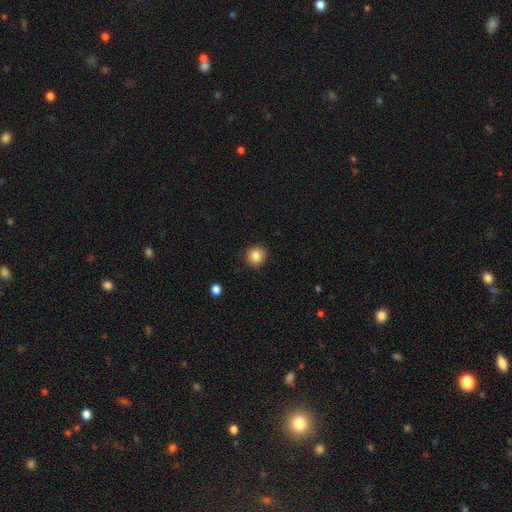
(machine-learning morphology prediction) A smooth galaxy with no disk features (85%) that is round (91%). Merging: none (91%).